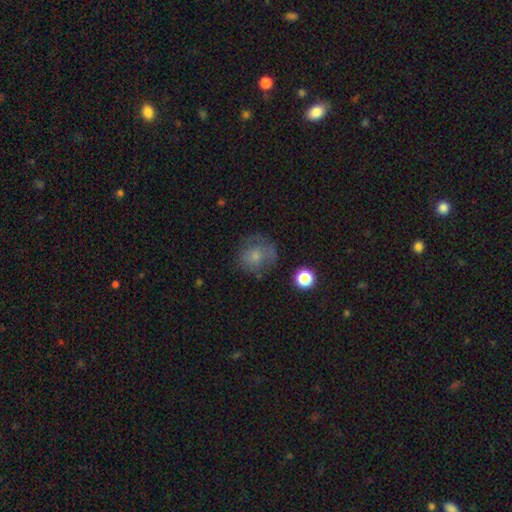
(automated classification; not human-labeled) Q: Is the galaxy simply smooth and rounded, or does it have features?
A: smooth — 65%.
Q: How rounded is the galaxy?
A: round — 77%.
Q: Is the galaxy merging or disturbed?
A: none — 59%.